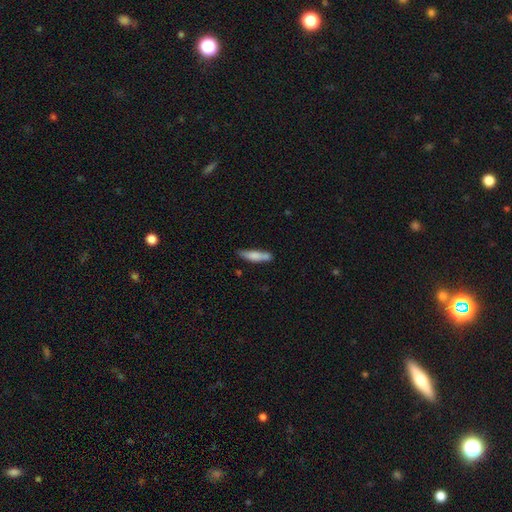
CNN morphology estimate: Smooth or featured? smooth (74%)
How rounded? cigar-shaped (76%)
Merging? none (69%)